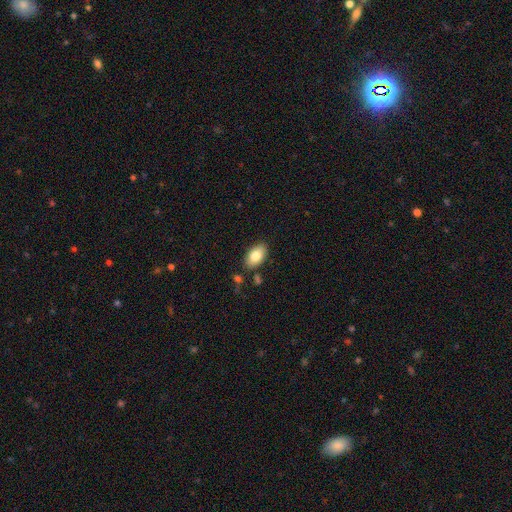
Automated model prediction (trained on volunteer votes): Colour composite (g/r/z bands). It shows a smooth galaxy with no disk features (82%) that is in between round and cigar-shaped (94%). Merging: none (83%).